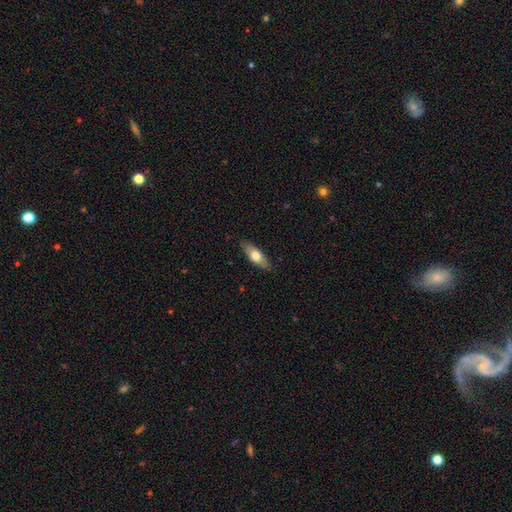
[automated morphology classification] Smooth or featured? smooth (66%)
How rounded? in between (66%)
Merging? none (86%)